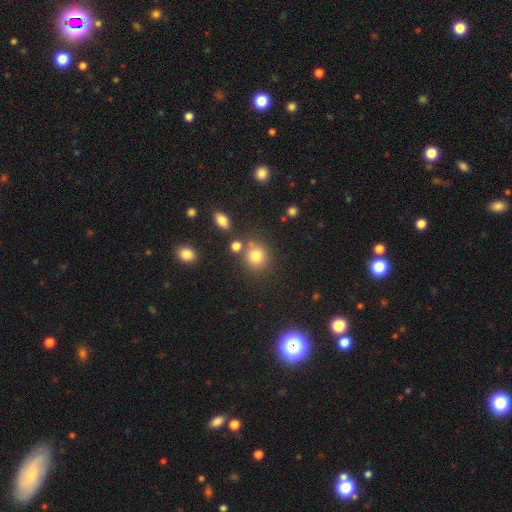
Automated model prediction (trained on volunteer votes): This is likely a smooth galaxy (78%). How rounded: clearly round (84%). Merging: likely none (73%).